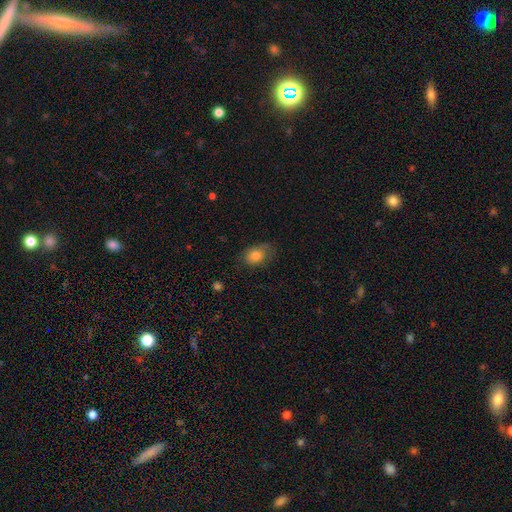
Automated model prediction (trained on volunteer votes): This is likely a smooth galaxy (80%). How rounded: likely in between (73%). Merging: likely none (66%).